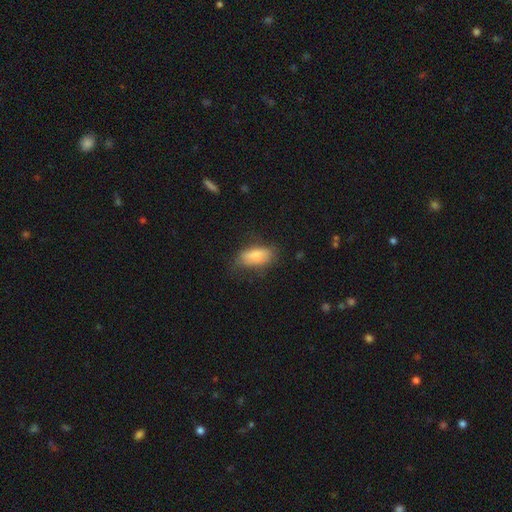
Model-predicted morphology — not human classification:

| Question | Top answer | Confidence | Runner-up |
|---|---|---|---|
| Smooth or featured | smooth | 79% | featured or disk (14%) |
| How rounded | in between | 84% | cigar-shaped (13%) |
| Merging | none | 62% | minor disturbance (27%) |